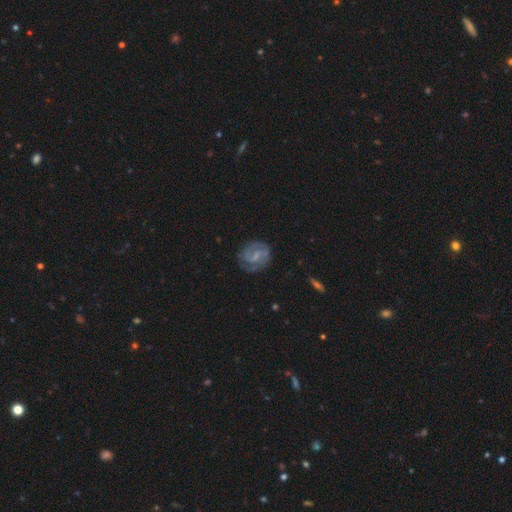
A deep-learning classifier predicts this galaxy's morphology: Smooth or featured? featured or disk (77%)
Edge-on disk? no (98%)
Bar? weak (57%)
Spiral arms? yes (93%)
Spiral winding? tight (43%, tied with medium)
Spiral arm count? 2 (68%)
Bulge size? small (51%)
Merging? none (73%)